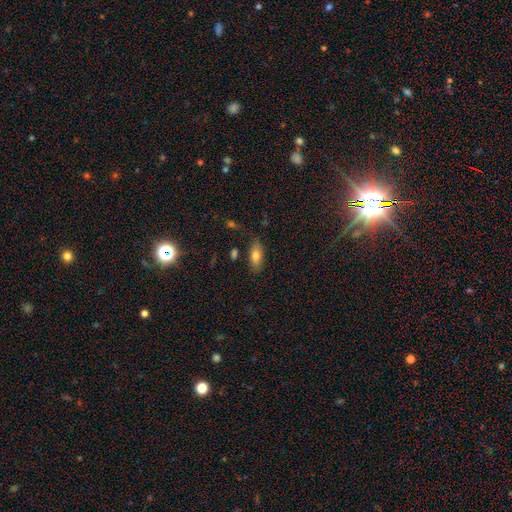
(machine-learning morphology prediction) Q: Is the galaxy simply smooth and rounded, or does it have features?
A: smooth — 76%.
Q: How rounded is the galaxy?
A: in between — 83%.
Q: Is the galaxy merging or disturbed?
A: none — 79%.